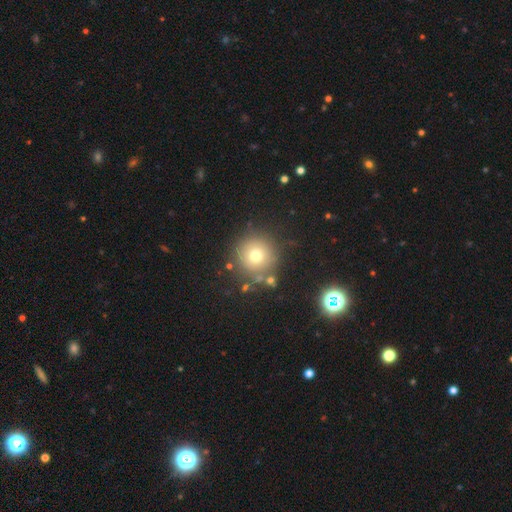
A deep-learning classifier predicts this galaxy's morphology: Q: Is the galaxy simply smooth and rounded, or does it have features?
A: smooth — 72%.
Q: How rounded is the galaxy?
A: round — 95%.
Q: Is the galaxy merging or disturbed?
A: none — 82%.